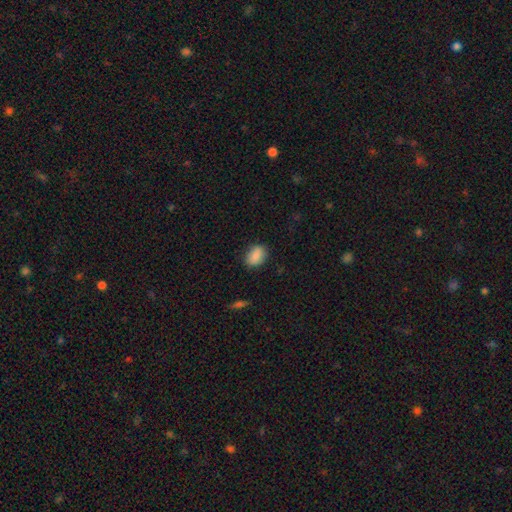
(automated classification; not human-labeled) This is clearly a smooth galaxy (86%). How rounded: likely in between (76%). Merging: clearly none (82%).